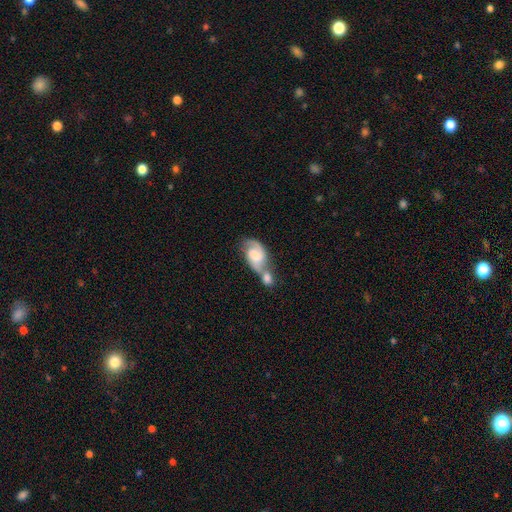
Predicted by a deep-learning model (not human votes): smooth_or_featured: featured or disk (p=0.66) [alt: smooth p=0.27]
disk_edge_on: no (p=0.96) [alt: yes p=0.04]
bar: no (p=0.44) [alt: weak p=0.42]
has_spiral_arms: yes (p=0.90) [alt: no p=0.10]
spiral_winding: medium (p=0.45) [alt: loose p=0.35]
spiral_arm_count: 2 (p=0.83) [alt: 1 p=0.07]
bulge_size: moderate (p=0.31) [alt: small p=0.26]
merging: merger (p=0.65) [alt: none p=0.18]